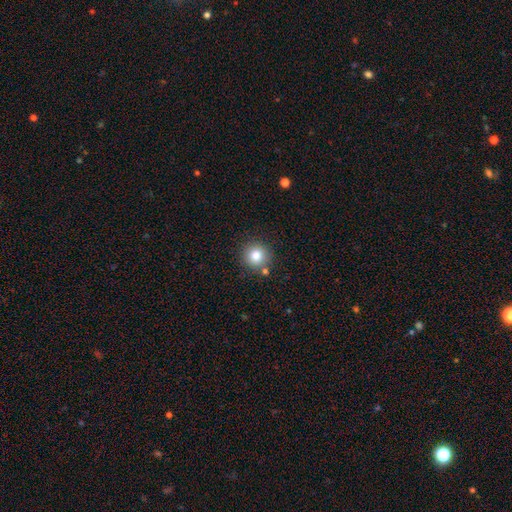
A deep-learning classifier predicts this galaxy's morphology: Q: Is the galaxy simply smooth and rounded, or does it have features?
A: smooth — 81%.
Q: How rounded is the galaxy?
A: round — 93%.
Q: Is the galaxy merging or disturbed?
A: none — 84%.